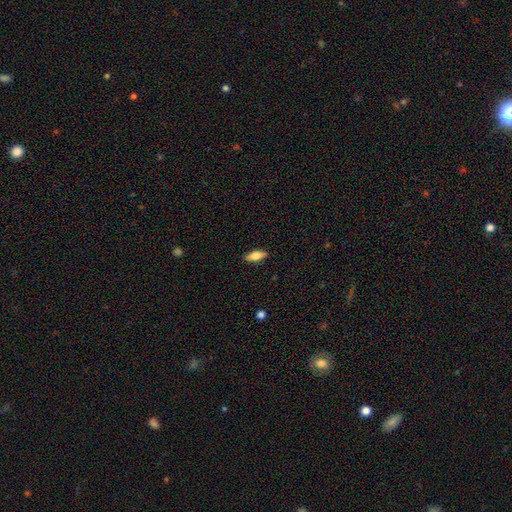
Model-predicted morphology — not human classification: Smooth or featured? Predicted: smooth (p=0.78). How rounded? Predicted: in between (p=0.75). Merging? Predicted: none (p=0.88).